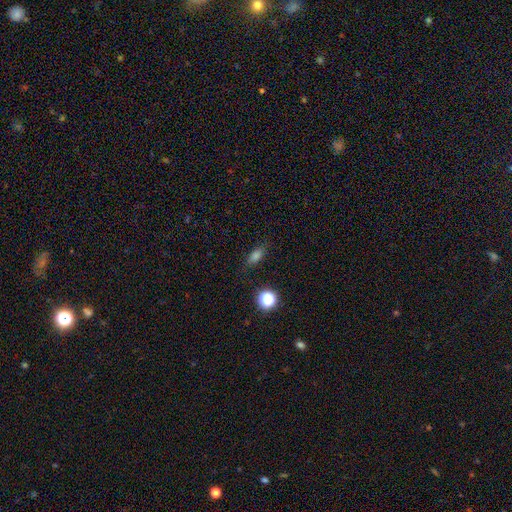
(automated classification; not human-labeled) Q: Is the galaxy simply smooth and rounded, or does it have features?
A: smooth — 73%.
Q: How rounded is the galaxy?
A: in between — 68%.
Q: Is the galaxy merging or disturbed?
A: none — 82%.